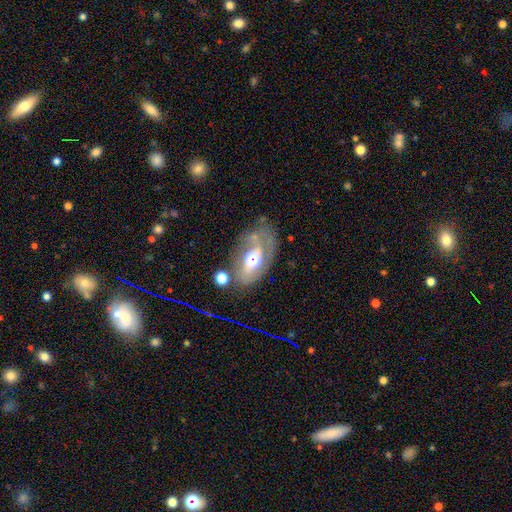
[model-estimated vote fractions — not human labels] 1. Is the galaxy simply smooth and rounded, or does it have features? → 67% featured or disk, 21% smooth, 12% star or artifact.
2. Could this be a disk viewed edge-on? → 91% no, 9% yes.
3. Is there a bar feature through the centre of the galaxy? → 60% no, 28% weak, 12% strong.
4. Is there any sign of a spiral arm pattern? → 61% yes, 39% no.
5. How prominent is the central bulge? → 62% moderate, 22% large, 11% small, 3% dominant, 2% none.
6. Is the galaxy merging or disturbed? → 50% none, 22% minor disturbance, 20% major disturbance, 9% merger.